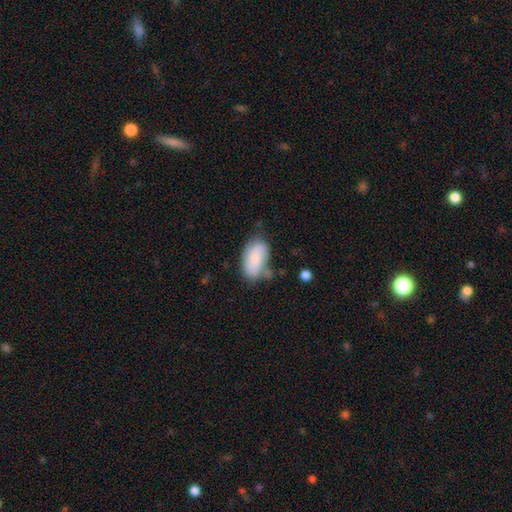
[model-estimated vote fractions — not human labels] Q: Smooth or featured?
A: smooth (77%); runner-up: featured or disk (17%)
Q: How rounded?
A: in between (94%); runner-up: round (4%)
Q: Merging?
A: none (52%); runner-up: minor disturbance (29%)